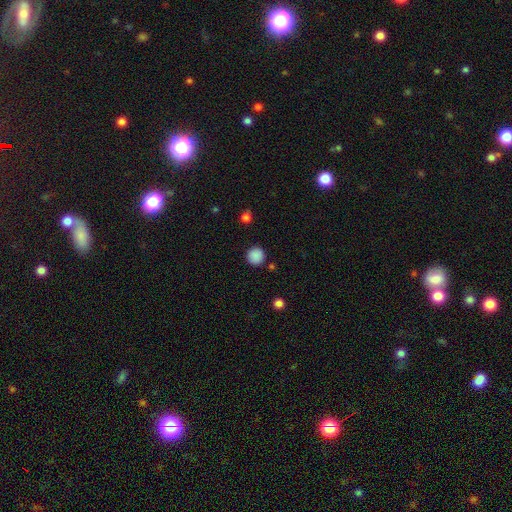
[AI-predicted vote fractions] This is clearly a smooth galaxy (87%). How rounded: clearly round (95%). Merging: clearly none (90%).